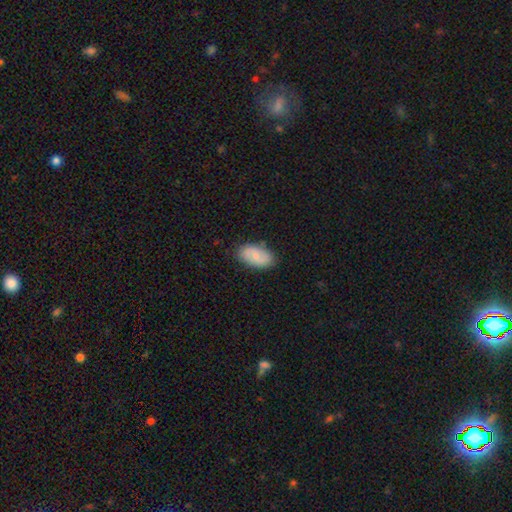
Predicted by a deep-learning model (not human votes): A smooth galaxy with no disk features (64%) that is in between round and cigar-shaped (93%).

Vote fractions:
- Smooth or featured? smooth: 64% / featured or disk: 29% / star or artifact: 7%
- How rounded? in between: 93% / round: 5% / cigar-shaped: 2%
- Merging? none: 82% / minor disturbance: 14% / major disturbance: 3% / merger: 1%